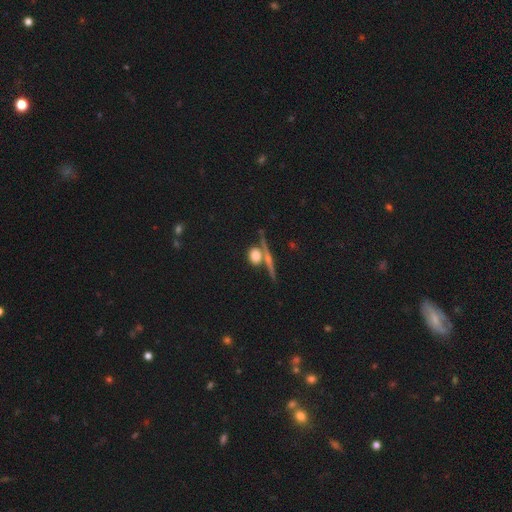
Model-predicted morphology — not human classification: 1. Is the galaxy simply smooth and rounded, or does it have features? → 66% smooth, 21% featured or disk, 14% star or artifact.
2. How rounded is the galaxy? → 65% round, 25% in between, 10% cigar-shaped.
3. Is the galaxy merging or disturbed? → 62% none, 22% merger, 10% minor disturbance, 5% major disturbance.